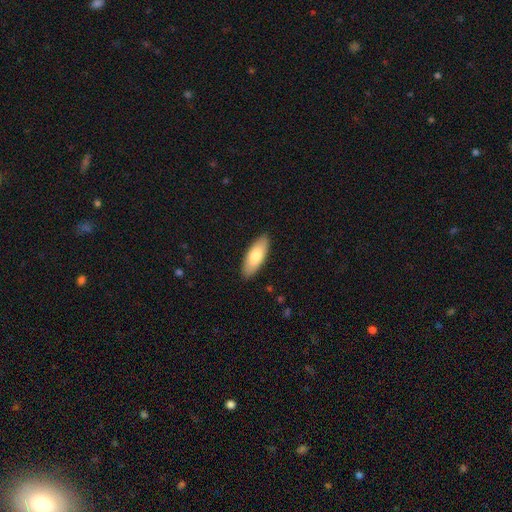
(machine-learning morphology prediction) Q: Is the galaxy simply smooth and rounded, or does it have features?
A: smooth — 78%.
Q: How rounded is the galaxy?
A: in between — 72%.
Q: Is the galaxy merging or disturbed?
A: none — 89%.